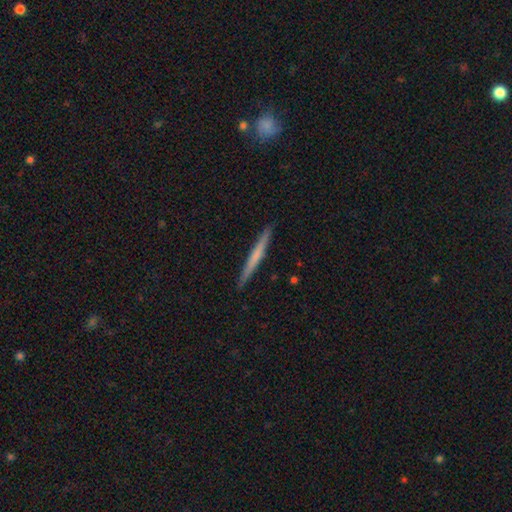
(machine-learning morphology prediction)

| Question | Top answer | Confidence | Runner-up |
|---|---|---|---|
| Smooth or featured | smooth | 49% | featured or disk (45%) |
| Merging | none | 92% | minor disturbance (6%) |